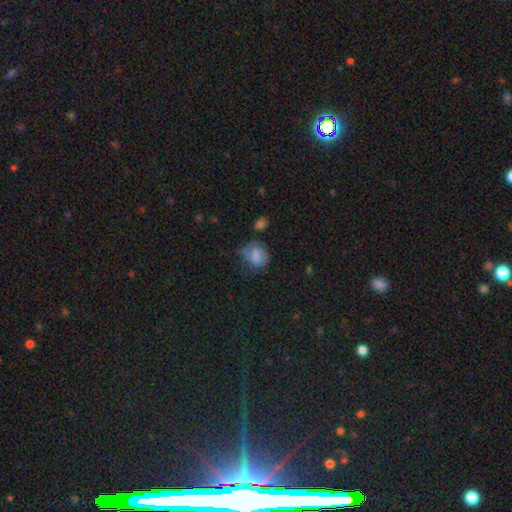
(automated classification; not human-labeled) Smooth or featured? Predicted: smooth (p=0.71). How rounded? Predicted: round (p=0.49, tied with in between). Merging? Predicted: none (p=0.43).